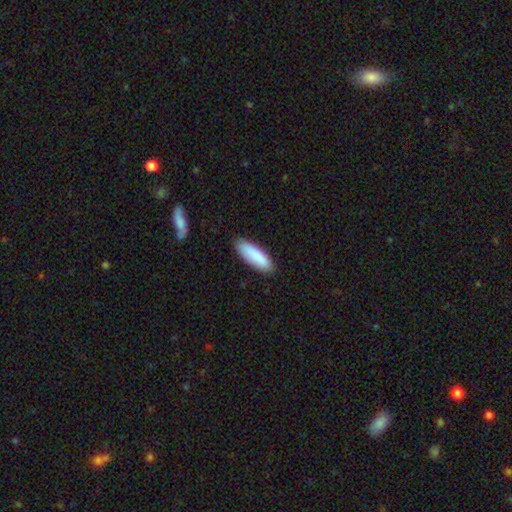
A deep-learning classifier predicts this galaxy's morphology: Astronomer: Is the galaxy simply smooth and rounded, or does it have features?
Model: smooth — 88%.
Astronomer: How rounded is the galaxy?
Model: cigar-shaped — 51% (runner-up: in between, 48%).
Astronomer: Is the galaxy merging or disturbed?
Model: none — 86%.